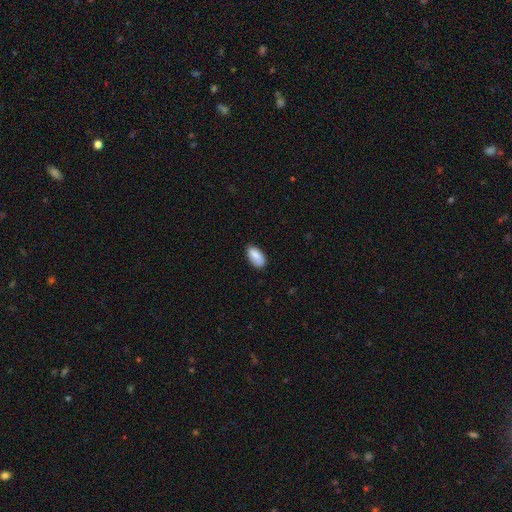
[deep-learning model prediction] A smooth galaxy with no disk features (87%) that is in between round and cigar-shaped (94%).

Vote fractions:
- Smooth or featured? smooth: 87% / featured or disk: 7% / star or artifact: 6%
- How rounded? in between: 94% / cigar-shaped: 4% / round: 3%
- Merging? none: 79% / minor disturbance: 17% / major disturbance: 3% / merger: 1%